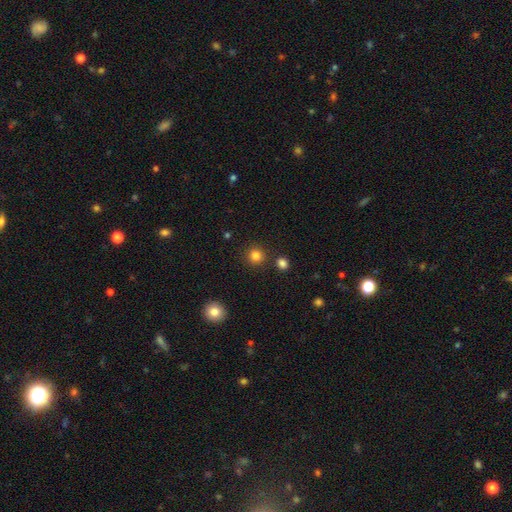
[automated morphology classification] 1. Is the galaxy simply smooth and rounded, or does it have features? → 82% smooth, 13% star or artifact, 4% featured or disk.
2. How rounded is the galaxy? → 94% round, 5% in between, 1% cigar-shaped.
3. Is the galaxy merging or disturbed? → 87% none, 6% minor disturbance, 5% merger, 2% major disturbance.